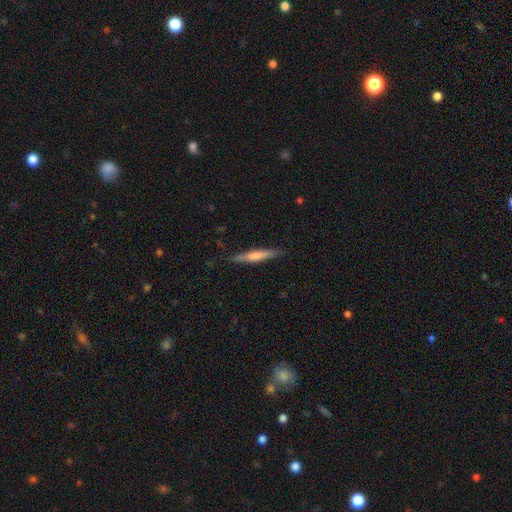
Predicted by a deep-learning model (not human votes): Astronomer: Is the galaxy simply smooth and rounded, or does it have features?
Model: smooth — 56% (runner-up: featured or disk, 39%).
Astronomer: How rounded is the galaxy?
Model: cigar-shaped — 92%.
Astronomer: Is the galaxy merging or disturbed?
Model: none — 85%.